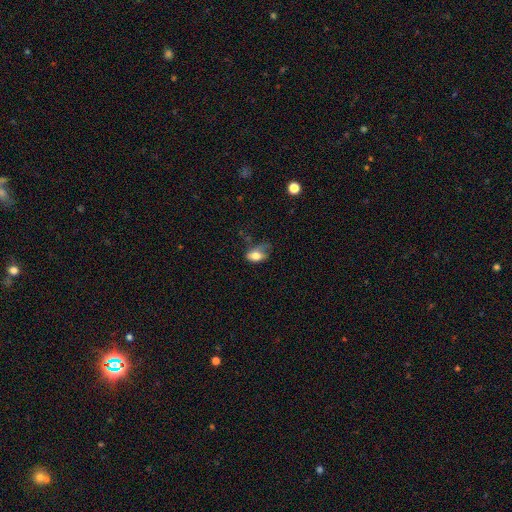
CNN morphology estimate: smooth_or_featured: smooth (p=0.73) [alt: featured or disk p=0.19]
how_rounded: in between (p=0.87) [alt: round p=0.10]
merging: minor disturbance (p=0.36) [alt: major disturbance p=0.34]